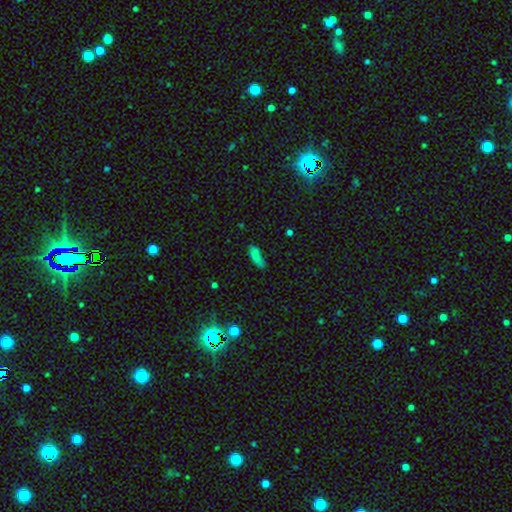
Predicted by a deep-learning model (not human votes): A smooth galaxy with no disk features (79%) that is in between round and cigar-shaped (64%).

Vote fractions:
- Smooth or featured? smooth: 79% / star or artifact: 13% / featured or disk: 8%
- How rounded? in between: 64% / cigar-shaped: 34% / round: 3%
- Merging? none: 64% / minor disturbance: 25% / major disturbance: 7% / merger: 4%